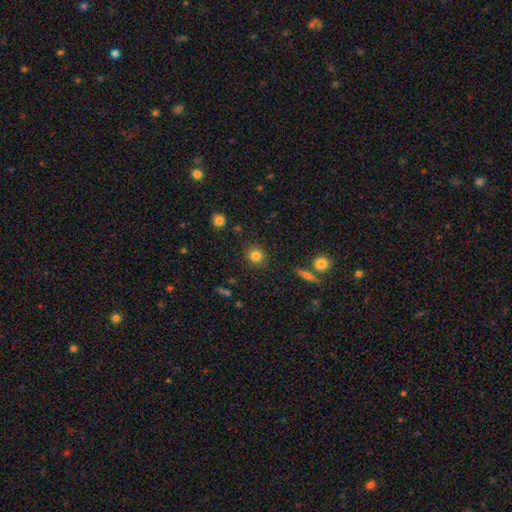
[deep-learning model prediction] Morphology: type=smooth (82%); roundness=round (89%); merging=none (88%).